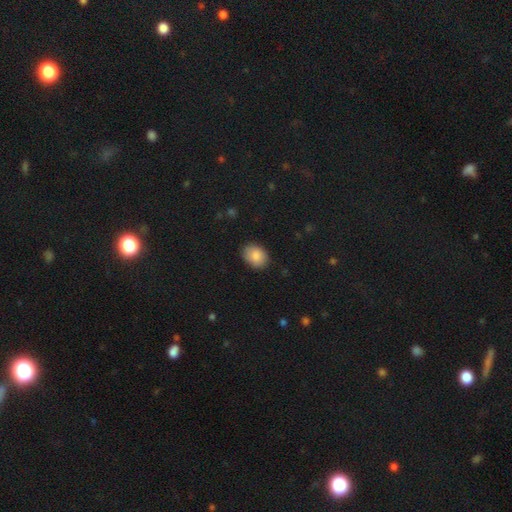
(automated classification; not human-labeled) Smooth or featured? smooth (88%)
How rounded? in between (68%)
Merging? none (85%)